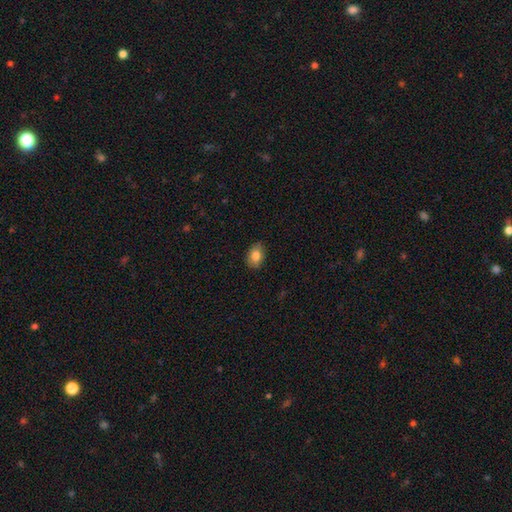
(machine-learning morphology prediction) Smooth or featured? Predicted: smooth (p=0.82). How rounded? Predicted: in between (p=0.77). Merging? Predicted: none (p=0.85).